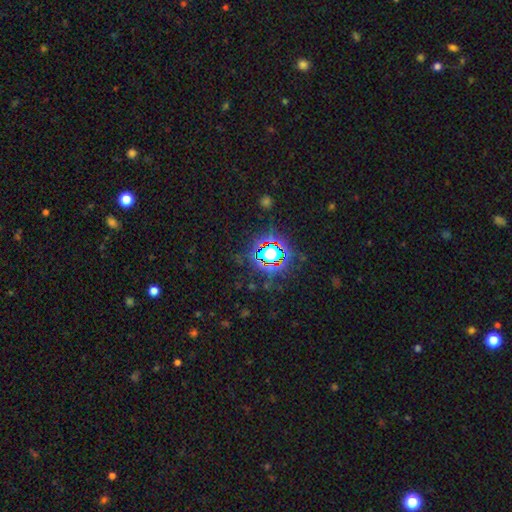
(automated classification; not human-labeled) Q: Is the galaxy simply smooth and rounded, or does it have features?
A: star or artifact — 78%.